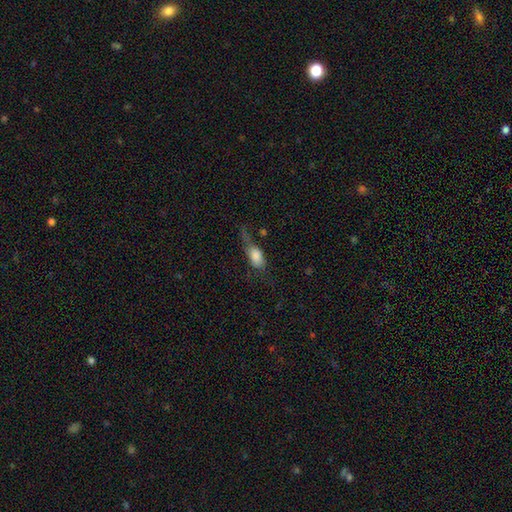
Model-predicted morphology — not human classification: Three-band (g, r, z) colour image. It shows a smooth galaxy with no disk features (75%) that is in between round and cigar-shaped (84%). Merging: major disturbance (39%).